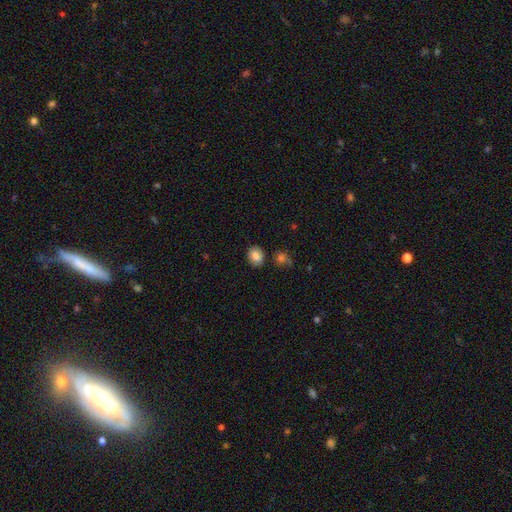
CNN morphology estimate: Overall: smooth (82%). How rounded: round (51%; in between 48%). Merging: none (80%).